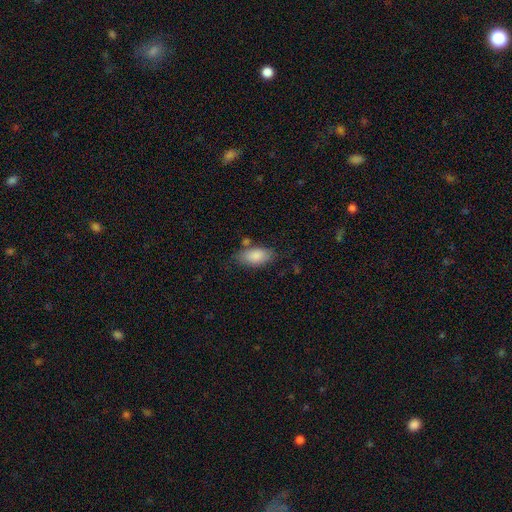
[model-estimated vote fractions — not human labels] smooth-or-featured: smooth: 85% | featured or disk: 9% | star or artifact: 6%
  how-rounded: in between: 92% | round: 4% | cigar-shaped: 4%
  merging: none: 64% | minor disturbance: 21% | merger: 8% | major disturbance: 6%